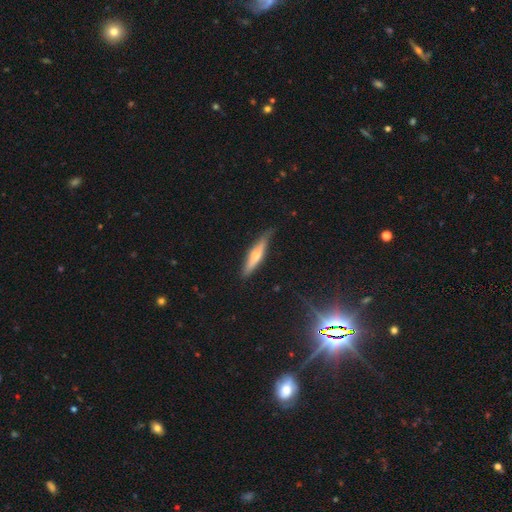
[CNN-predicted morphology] The model was most divided on "smooth or featured": smooth: 51%, featured or disk: 43%, star or artifact: 6%. More confident: how rounded — cigar-shaped (85%); merging — none (75%).